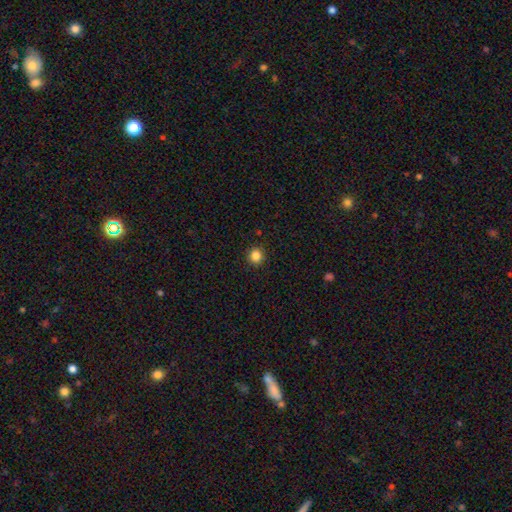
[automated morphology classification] Smooth or featured?
  - smooth: 85% *
  - star or artifact: 11%
  - featured or disk: 4%
How rounded?
  - round: 92% *
  - in between: 7%
  - cigar-shaped: 1%
Merging?
  - none: 92% *
  - minor disturbance: 5%
  - major disturbance: 2%
  - merger: 1%